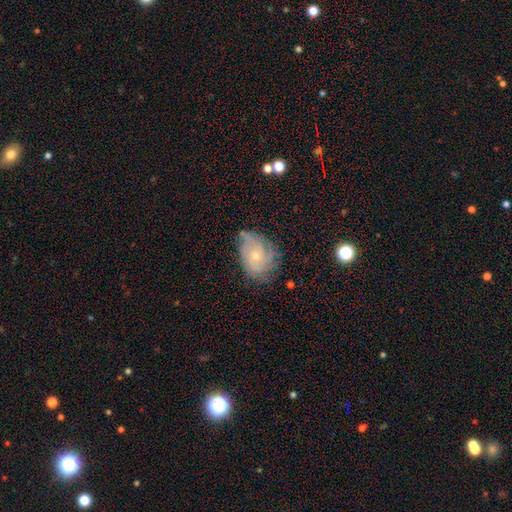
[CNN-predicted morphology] This appears to be a featured or disk galaxy (72%) with no bar (78%), tight (55%) spiral arms (91%) and a small central bulge (62%). Merging: none (61%).